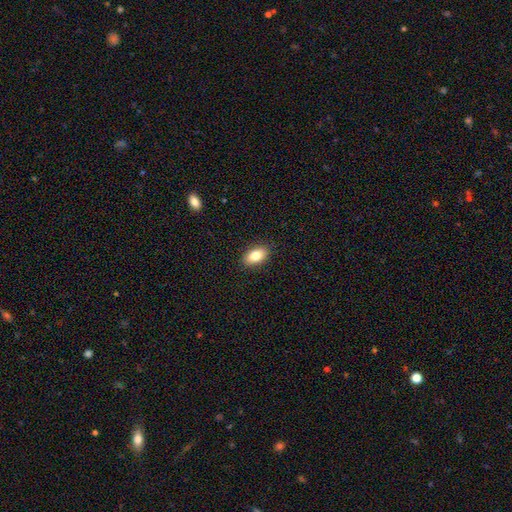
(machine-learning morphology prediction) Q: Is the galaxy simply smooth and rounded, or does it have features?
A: smooth — 82%.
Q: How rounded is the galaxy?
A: in between — 91%.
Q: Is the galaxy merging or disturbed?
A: none — 90%.